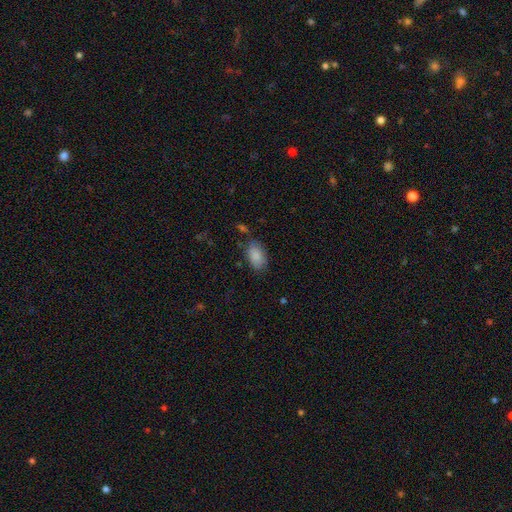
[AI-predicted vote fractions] smooth-or-featured: smooth: 87% | star or artifact: 7% | featured or disk: 6%
  how-rounded: in between: 93% | round: 6% | cigar-shaped: 2%
  merging: none: 76% | minor disturbance: 16% | major disturbance: 4% | merger: 3%